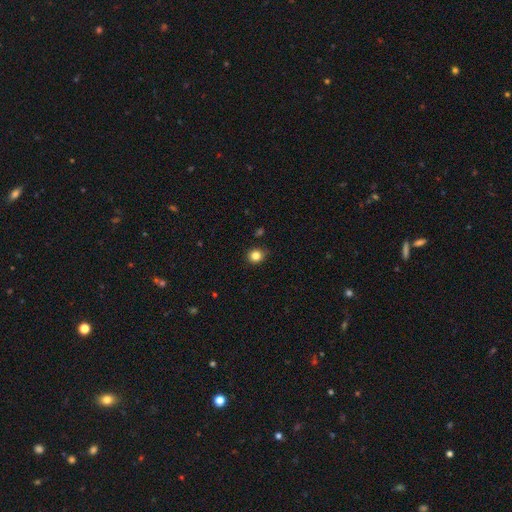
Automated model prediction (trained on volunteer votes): Smooth or featured? Predicted: smooth (p=0.83). How rounded? Predicted: round (p=0.85). Merging? Predicted: none (p=0.84).